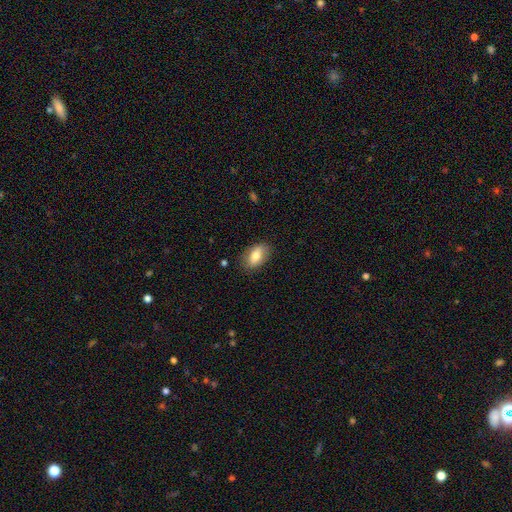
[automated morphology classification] A smooth galaxy with no disk features (75%) that is in between round and cigar-shaped (90%).

Vote fractions:
- Smooth or featured? smooth: 75% / featured or disk: 18% / star or artifact: 7%
- How rounded? in between: 90% / round: 8% / cigar-shaped: 2%
- Merging? none: 82% / minor disturbance: 13% / major disturbance: 3% / merger: 1%